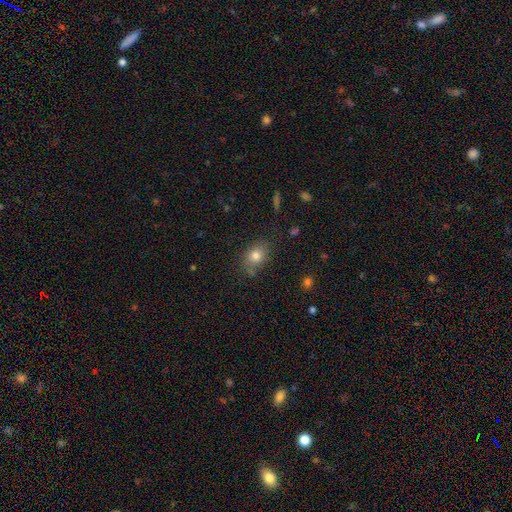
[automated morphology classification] Smooth or featured? Predicted: smooth (p=0.79). How rounded? Predicted: in between (p=0.61). Merging? Predicted: none (p=0.75).